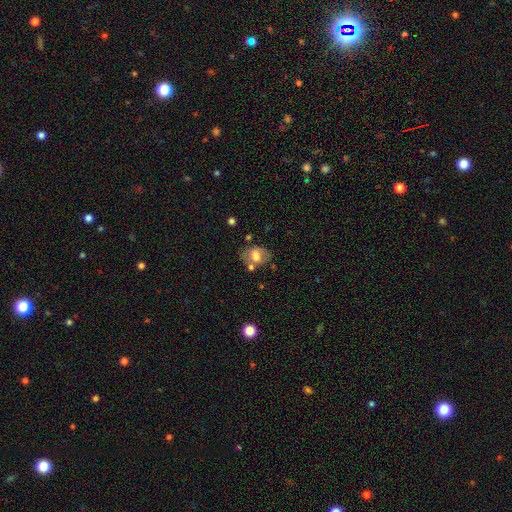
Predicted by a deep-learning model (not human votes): Q: Smooth or featured?
A: smooth (64%); runner-up: featured or disk (27%)
Q: How rounded?
A: in between (70%); runner-up: round (29%)
Q: Merging?
A: none (55%); runner-up: minor disturbance (20%)